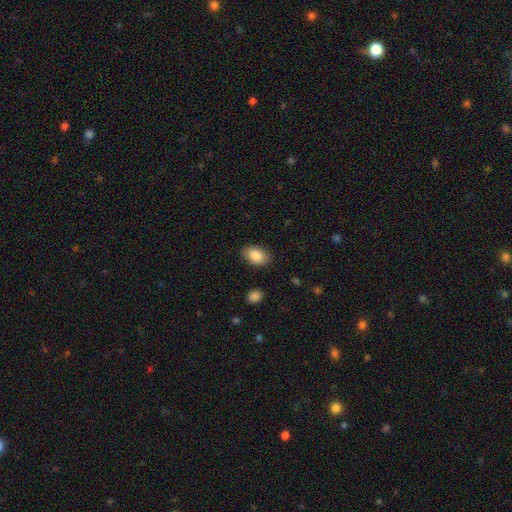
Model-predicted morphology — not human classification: Q: Smooth or featured?
A: smooth (86%); runner-up: star or artifact (7%)
Q: How rounded?
A: in between (88%); runner-up: round (11%)
Q: Merging?
A: none (87%); runner-up: minor disturbance (10%)